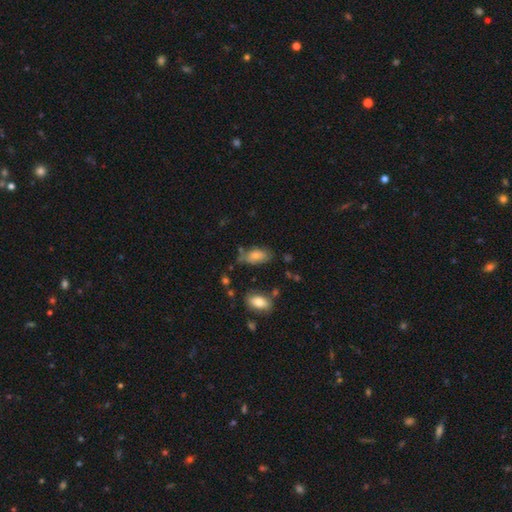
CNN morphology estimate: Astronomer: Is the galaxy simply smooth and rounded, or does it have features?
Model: smooth — 75%.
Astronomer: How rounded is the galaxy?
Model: in between — 91%.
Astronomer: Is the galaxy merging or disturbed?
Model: none — 55% (runner-up: minor disturbance, 30%).